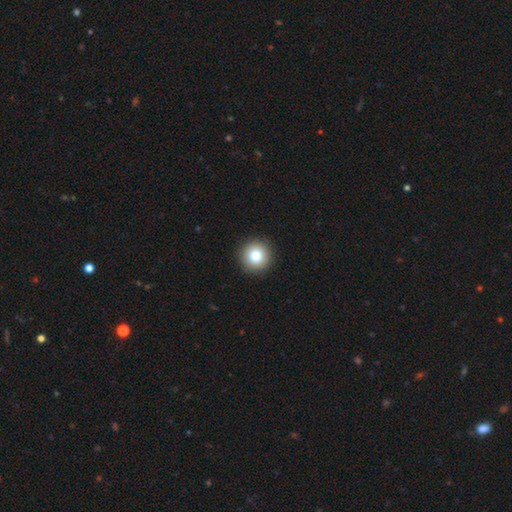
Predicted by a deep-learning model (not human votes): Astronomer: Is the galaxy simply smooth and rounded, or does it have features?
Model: smooth — 84%.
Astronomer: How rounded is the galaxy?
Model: round — 95%.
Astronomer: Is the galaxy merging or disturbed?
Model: none — 92%.